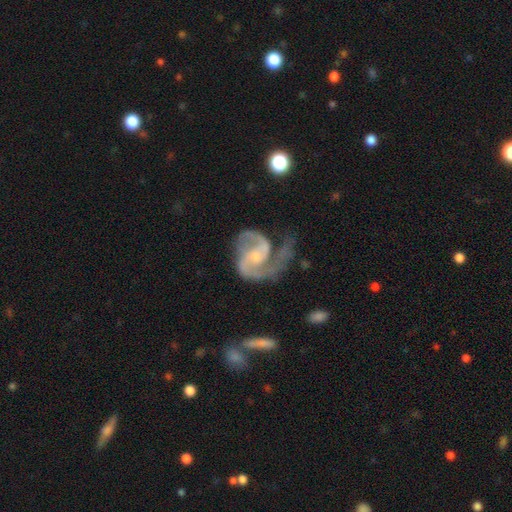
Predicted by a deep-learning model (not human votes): This is clearly a featured or disk galaxy (92%). It is clearly not viewed edge-on (98%). Bar: possibly no (54%). Spiral arm pattern: clearly yes (98%). Spiral arm count: clearly 2 (84%). Spiral winding: possibly medium (58%). Central bulge: likely small (67%). Merging: possibly none (51%).